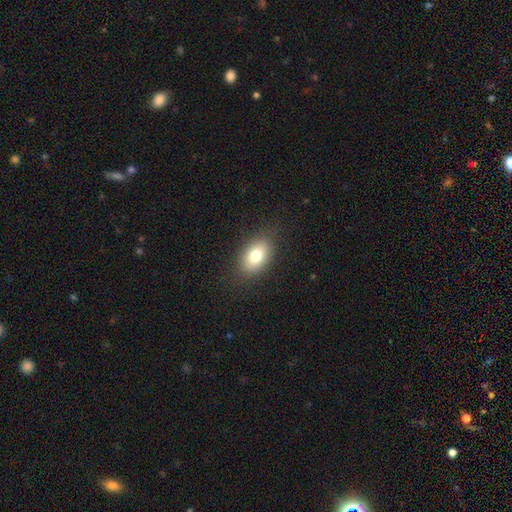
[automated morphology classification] Smooth or featured: smooth — 78% (featured or disk — 13%)
How rounded: in between — 87% (round — 11%)
Merging: none — 85% (minor disturbance — 11%)